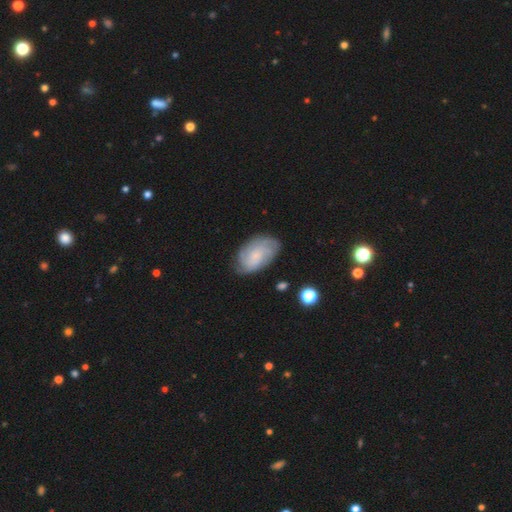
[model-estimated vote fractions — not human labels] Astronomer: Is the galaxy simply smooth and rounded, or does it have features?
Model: featured or disk — 61%.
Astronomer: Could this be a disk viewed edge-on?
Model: no — 96%.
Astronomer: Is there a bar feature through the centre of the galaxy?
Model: no — 71%.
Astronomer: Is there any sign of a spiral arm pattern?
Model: yes — 92%.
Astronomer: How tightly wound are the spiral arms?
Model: tight — 53% (runner-up: medium, 34%).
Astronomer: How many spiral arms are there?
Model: can't tell — 41% (runner-up: 3, 20%).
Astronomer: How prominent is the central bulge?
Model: small — 63%.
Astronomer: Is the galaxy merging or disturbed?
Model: none — 75%.